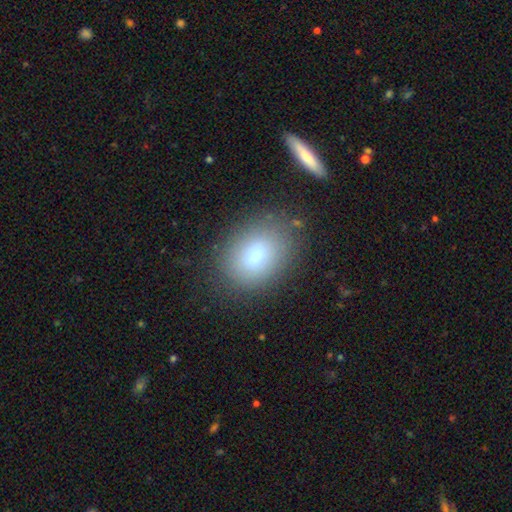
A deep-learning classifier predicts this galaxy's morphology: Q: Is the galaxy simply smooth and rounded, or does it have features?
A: smooth — 80%.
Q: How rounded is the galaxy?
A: in between — 71%.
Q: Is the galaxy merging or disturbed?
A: none — 79%.